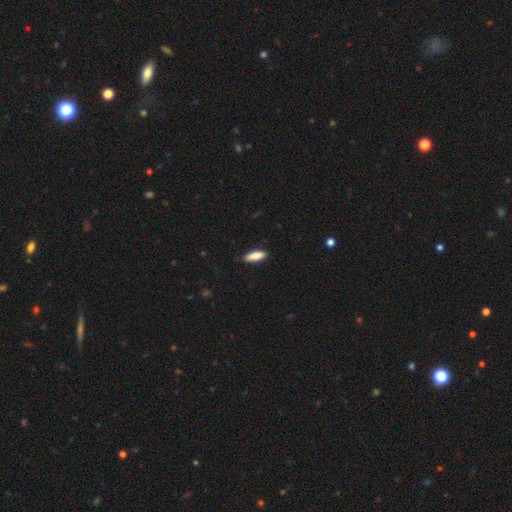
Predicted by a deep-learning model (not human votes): smooth-or-featured: smooth: 84% | featured or disk: 10% | star or artifact: 6%
  how-rounded: in between: 62% | cigar-shaped: 36% | round: 2%
  merging: none: 85% | minor disturbance: 12% | major disturbance: 2% | merger: 1%